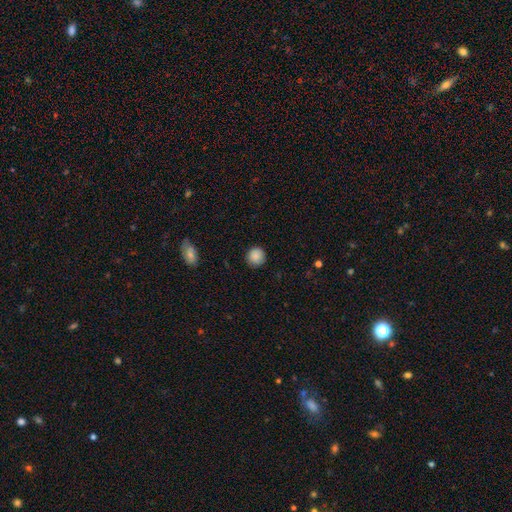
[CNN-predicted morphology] smooth 87%, star or artifact 8%, featured or disk 5%. Down the decision tree: how rounded — round (91%); merging — none (86%).